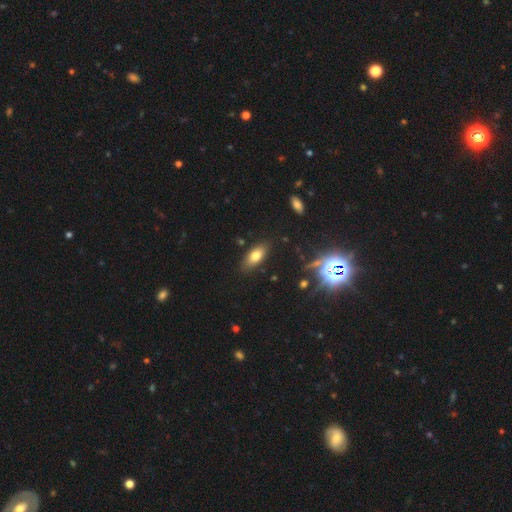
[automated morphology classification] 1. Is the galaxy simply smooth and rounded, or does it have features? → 75% smooth, 14% featured or disk, 11% star or artifact.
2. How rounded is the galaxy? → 84% in between, 12% cigar-shaped, 4% round.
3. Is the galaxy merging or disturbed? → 83% none, 12% minor disturbance, 3% major disturbance, 2% merger.